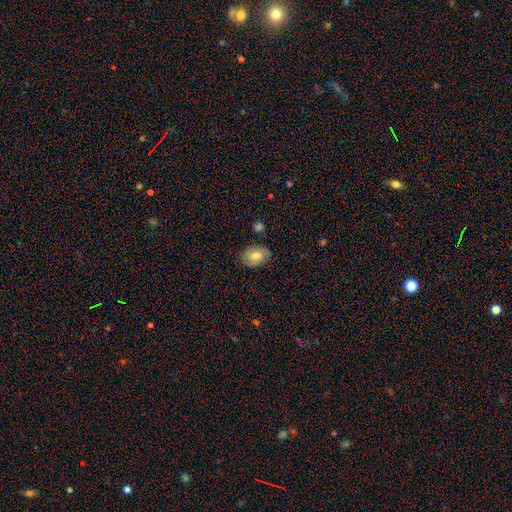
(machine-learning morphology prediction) This appears to be a smooth galaxy with no disk features (60%) that is in between round and cigar-shaped (82%). Merging: none (79%).